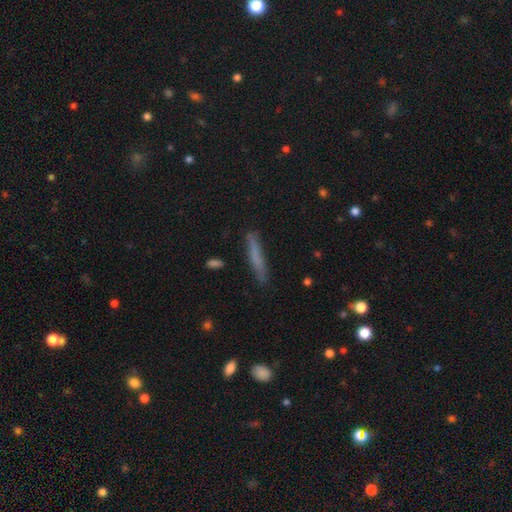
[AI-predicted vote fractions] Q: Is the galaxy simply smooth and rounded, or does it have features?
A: smooth — 66%.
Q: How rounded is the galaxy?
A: cigar-shaped — 93%.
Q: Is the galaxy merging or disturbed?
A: none — 83%.